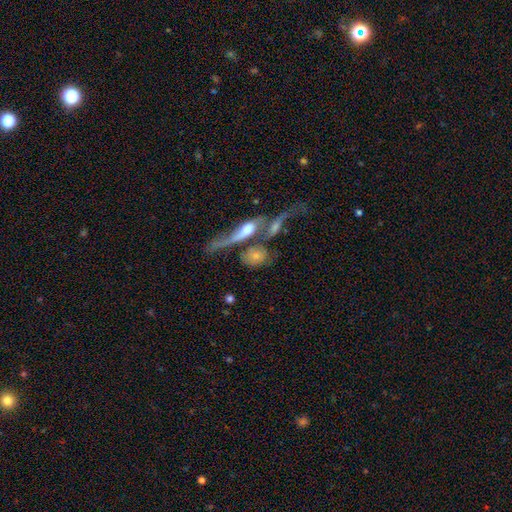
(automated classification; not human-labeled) smooth-or-featured: smooth: 50% | featured or disk: 41% | star or artifact: 9%
  merging: merger: 51% | none: 24% | major disturbance: 14% | minor disturbance: 11%